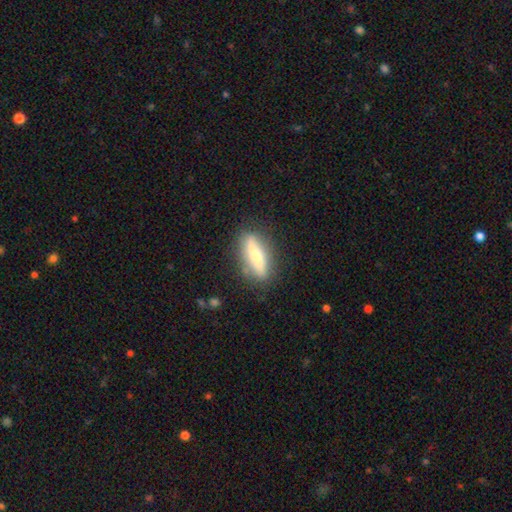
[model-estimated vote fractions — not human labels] smooth_or_featured: smooth (p=0.48) [alt: featured or disk p=0.45]
merging: none (p=0.80) [alt: minor disturbance p=0.14]